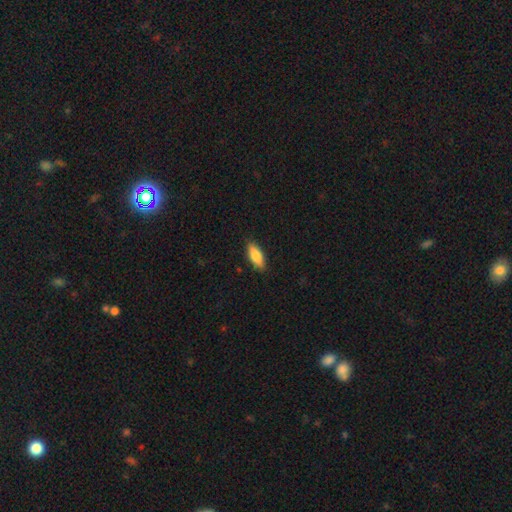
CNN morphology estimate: Smooth or featured?
  - smooth: 82% *
  - featured or disk: 13%
  - star or artifact: 6%
How rounded?
  - in between: 72% *
  - cigar-shaped: 26%
  - round: 2%
Merging?
  - none: 88% *
  - minor disturbance: 10%
  - major disturbance: 2%
  - merger: 1%